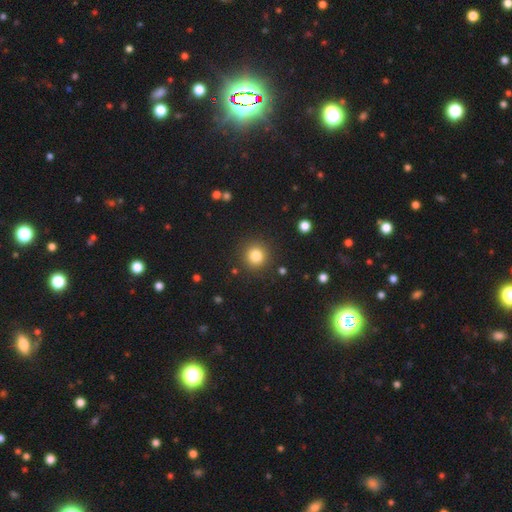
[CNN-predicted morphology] smooth-or-featured: smooth: 82% | star or artifact: 12% | featured or disk: 6%
  how-rounded: round: 93% | in between: 6% | cigar-shaped: 1%
  merging: none: 89% | minor disturbance: 6% | major disturbance: 3% | merger: 2%